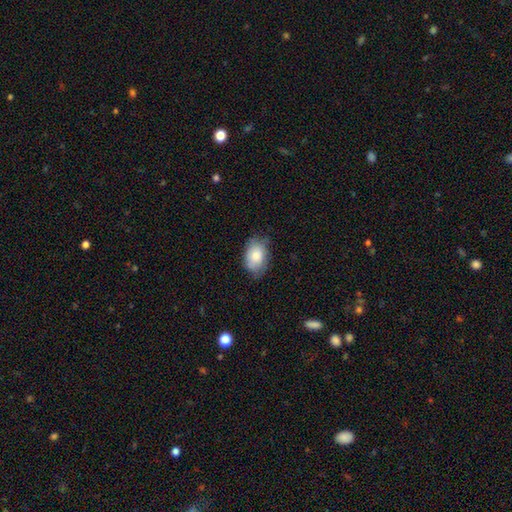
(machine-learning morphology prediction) A smooth galaxy with no disk features (80%) that is in between round and cigar-shaped (87%). Merging: none (66%).